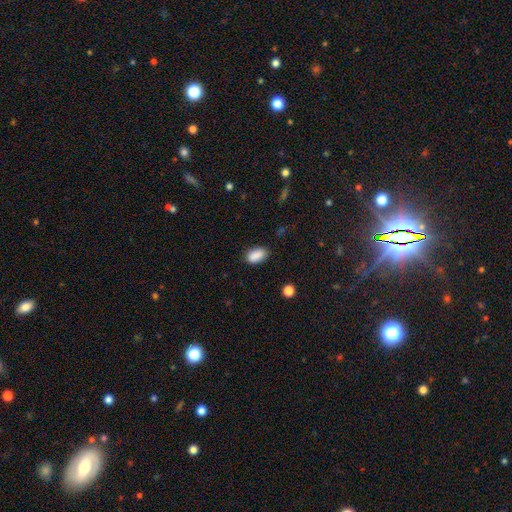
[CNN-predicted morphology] smooth_or_featured: smooth (p=0.89) [alt: star or artifact p=0.08]
how_rounded: in between (p=0.92) [alt: round p=0.05]
merging: none (p=0.83) [alt: minor disturbance p=0.13]